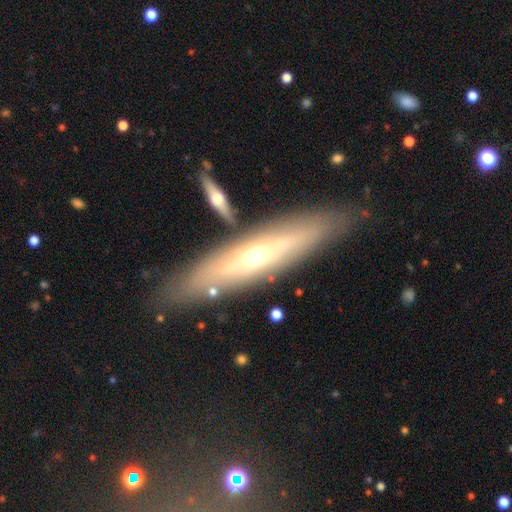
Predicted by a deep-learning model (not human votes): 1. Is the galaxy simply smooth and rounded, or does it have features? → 66% featured or disk, 27% smooth, 7% star or artifact.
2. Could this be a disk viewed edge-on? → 63% yes, 37% no.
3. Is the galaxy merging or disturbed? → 80% none, 12% minor disturbance, 5% merger, 3% major disturbance.